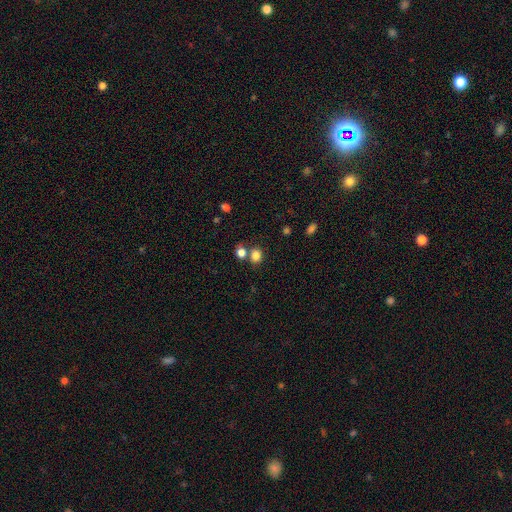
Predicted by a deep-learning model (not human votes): Q: Smooth or featured?
A: smooth (81%); runner-up: star or artifact (13%)
Q: How rounded?
A: round (68%); runner-up: in between (31%)
Q: Merging?
A: none (63%); runner-up: merger (24%)